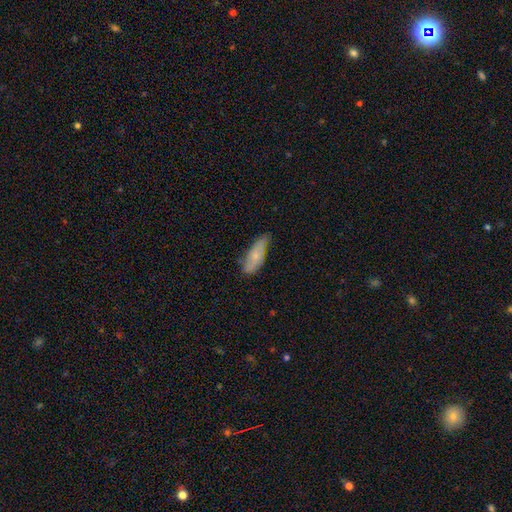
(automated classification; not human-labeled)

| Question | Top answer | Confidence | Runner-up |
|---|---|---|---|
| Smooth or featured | smooth | 68% | featured or disk (26%) |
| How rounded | in between | 64% | cigar-shaped (34%) |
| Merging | none | 56% | minor disturbance (35%) |